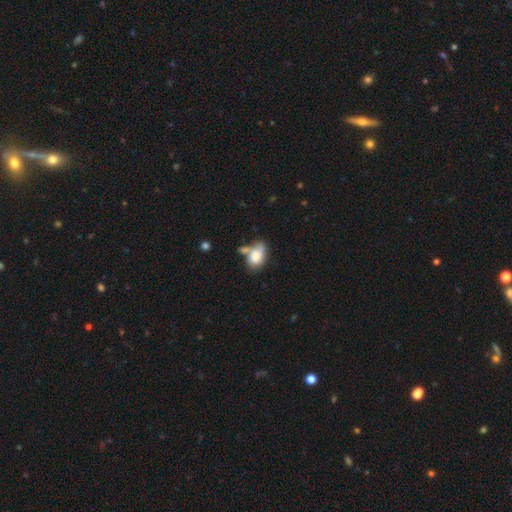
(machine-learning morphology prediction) type=smooth (77%); roundness=in between (86%); merging=none (34%).